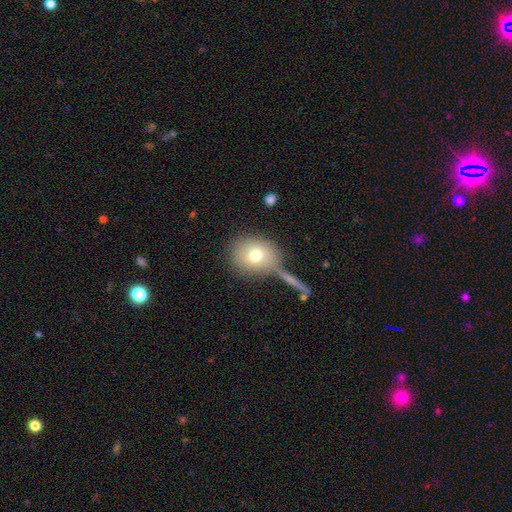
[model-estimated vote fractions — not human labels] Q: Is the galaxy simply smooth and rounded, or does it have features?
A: smooth — 73%.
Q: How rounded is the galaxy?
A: round — 69%.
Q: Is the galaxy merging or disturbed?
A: none — 68%.